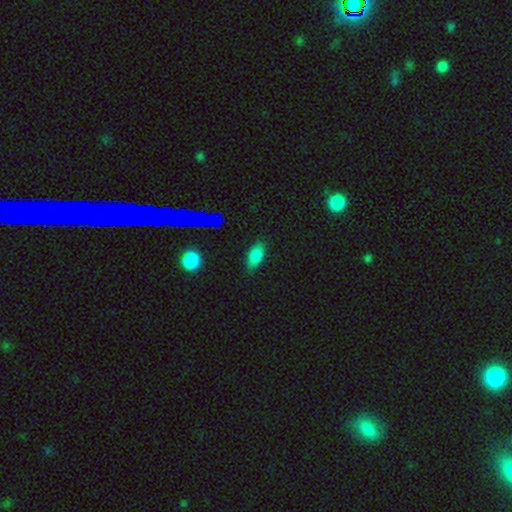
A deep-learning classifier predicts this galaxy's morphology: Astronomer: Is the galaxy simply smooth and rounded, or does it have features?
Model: smooth — 79%.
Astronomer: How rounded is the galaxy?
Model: in between — 89%.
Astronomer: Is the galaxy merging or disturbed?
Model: none — 81%.